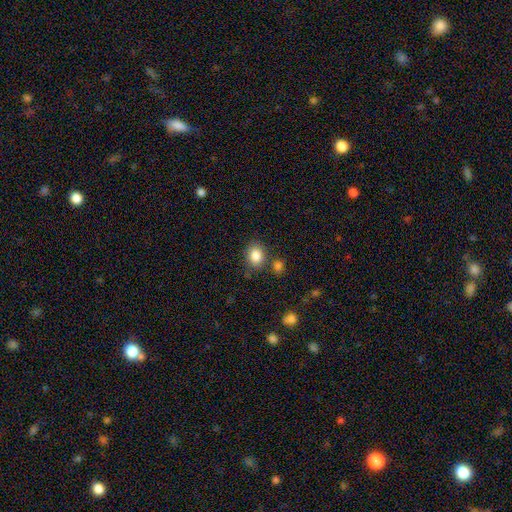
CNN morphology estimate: This appears to be a smooth galaxy with no disk features (85%) that is in between round and cigar-shaped (50%). Merging: none (75%).